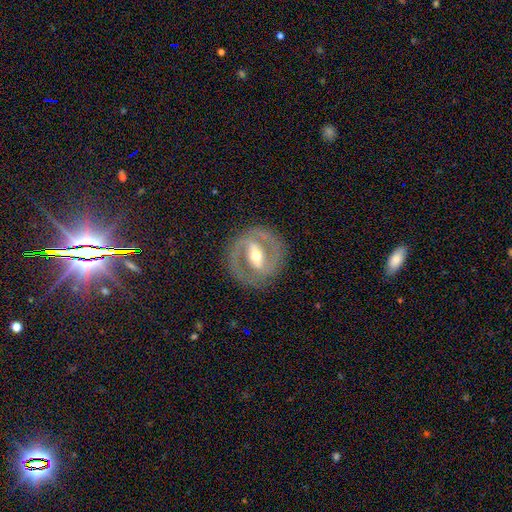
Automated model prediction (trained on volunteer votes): Smooth or featured?
  - featured or disk: 83% *
  - smooth: 12%
  - star or artifact: 5%
Edge-on disk?
  - no: 95% *
  - yes: 5%
Bar?
  - strong: 58% *
  - weak: 30%
  - no: 12%
Spiral arms?
  - yes: 77% *
  - no: 23%
Spiral winding?
  - medium: 46% *
  - tight: 41%
  - loose: 13%
Spiral arm count?
  - 2: 86% *
  - can't tell: 7%
  - 1: 4%
  - 3: 2%
  - 4: 1%
  - more than 4: 1%
Bulge size?
  - moderate: 66% *
  - small: 25%
  - large: 6%
  - dominant: 1%
  - none: 1%
Merging?
  - none: 84% *
  - minor disturbance: 10%
  - major disturbance: 5%
  - merger: 1%